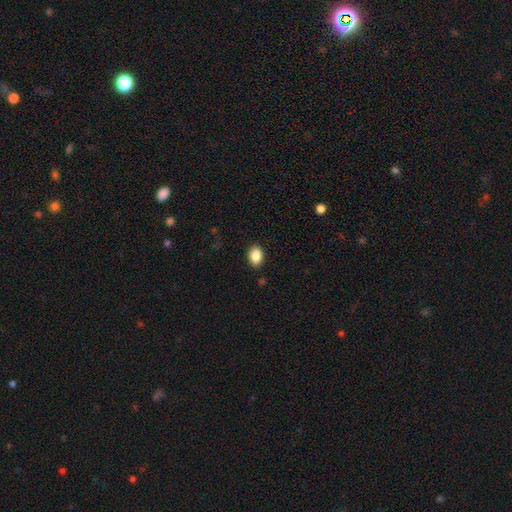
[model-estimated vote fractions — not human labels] smooth_or_featured: smooth (p=0.87) [alt: star or artifact p=0.08]
how_rounded: in between (p=0.72) [alt: round p=0.27]
merging: none (p=0.88) [alt: minor disturbance p=0.09]